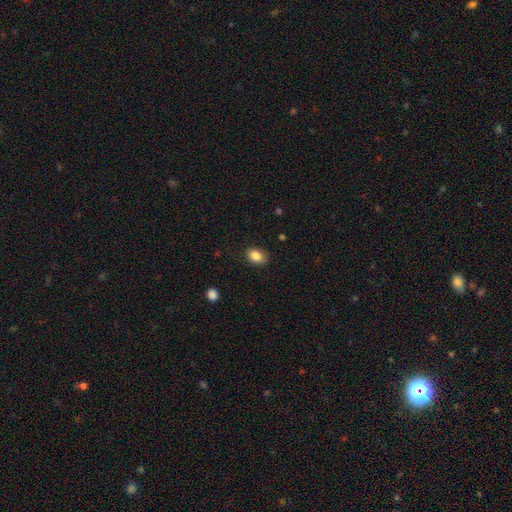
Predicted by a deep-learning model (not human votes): Q: Smooth or featured?
A: smooth (87%); runner-up: star or artifact (9%)
Q: How rounded?
A: in between (80%); runner-up: round (19%)
Q: Merging?
A: none (85%); runner-up: minor disturbance (12%)